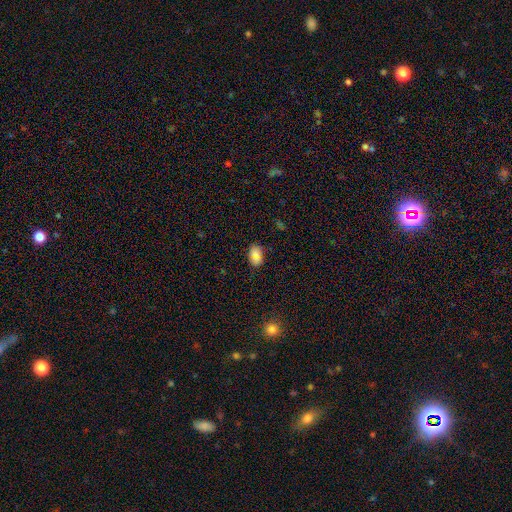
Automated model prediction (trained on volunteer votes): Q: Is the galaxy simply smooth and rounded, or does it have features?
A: smooth — 75%.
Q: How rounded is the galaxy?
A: in between — 81%.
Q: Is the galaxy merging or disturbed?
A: none — 79%.